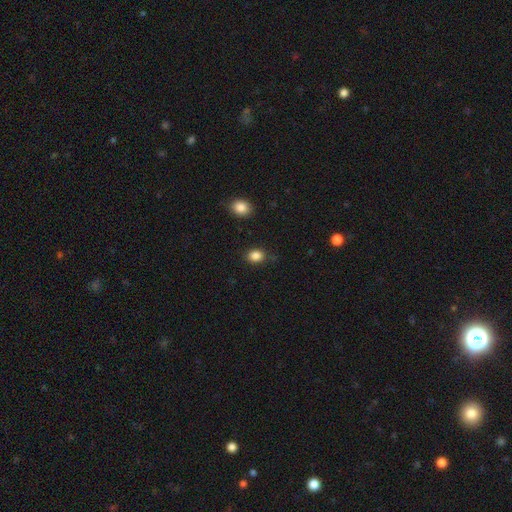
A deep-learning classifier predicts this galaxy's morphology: The model was most divided on "how rounded": in between: 53%, round: 45%, cigar-shaped: 1%. More confident: smooth or featured — smooth (86%); merging — none (82%).